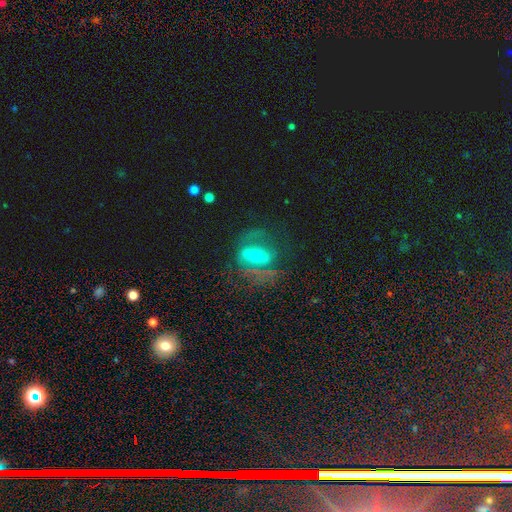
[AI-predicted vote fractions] Morphology: type=featured or disk (63%); edge-on=no (87%); bar=strong (45%); spiral arms=yes (51%); bulge=moderate (53%); merging=none (53%).